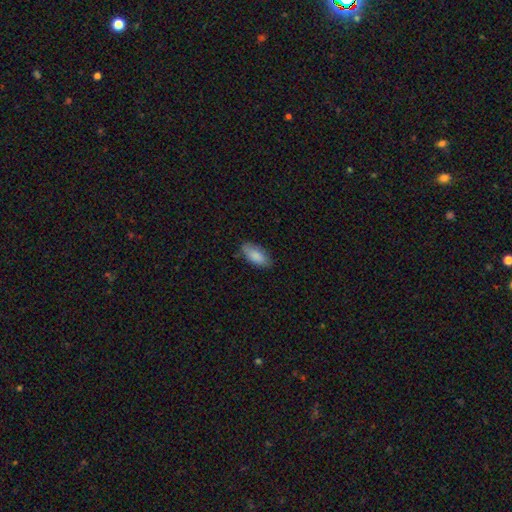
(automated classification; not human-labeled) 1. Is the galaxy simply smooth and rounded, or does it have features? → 86% smooth, 8% featured or disk, 6% star or artifact.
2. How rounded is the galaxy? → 90% in between, 8% cigar-shaped, 2% round.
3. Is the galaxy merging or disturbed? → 78% none, 17% minor disturbance, 3% major disturbance, 1% merger.